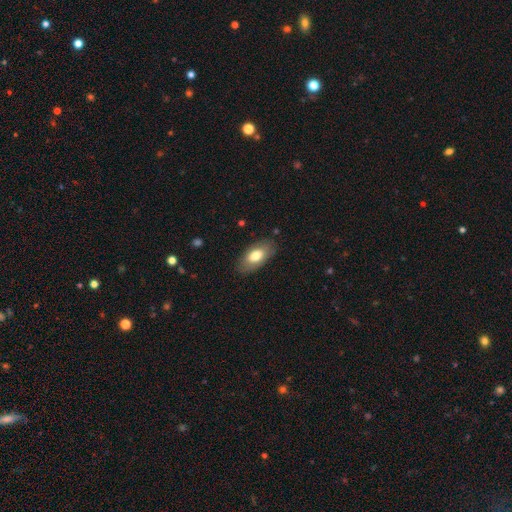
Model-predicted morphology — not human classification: Smooth or featured: smooth — 72% (featured or disk — 21%)
How rounded: in between — 91% (cigar-shaped — 5%)
Merging: none — 83% (minor disturbance — 13%)